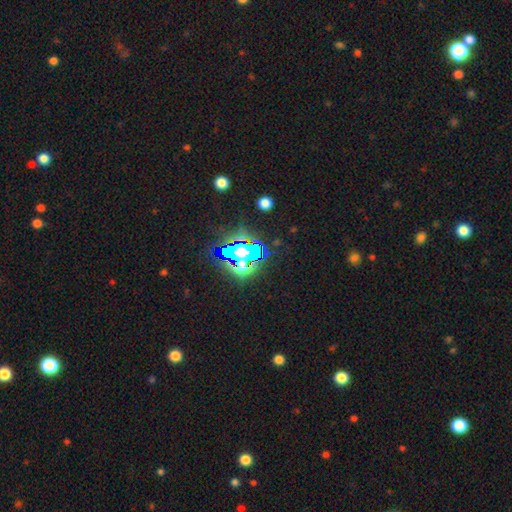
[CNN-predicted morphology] This appears to be a star or artifact, not a galaxy (81%).